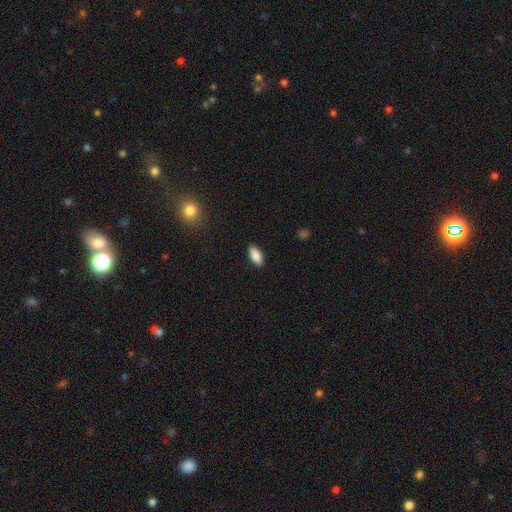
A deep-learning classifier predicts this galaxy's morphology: Overall: smooth (88%). How rounded: in between (90%). Merging: none (88%).